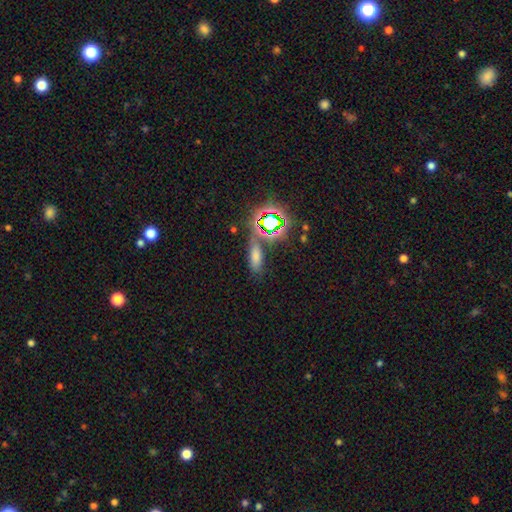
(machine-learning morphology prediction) Smooth or featured? smooth (60%)
How rounded? in between (60%)
Merging? none (68%)